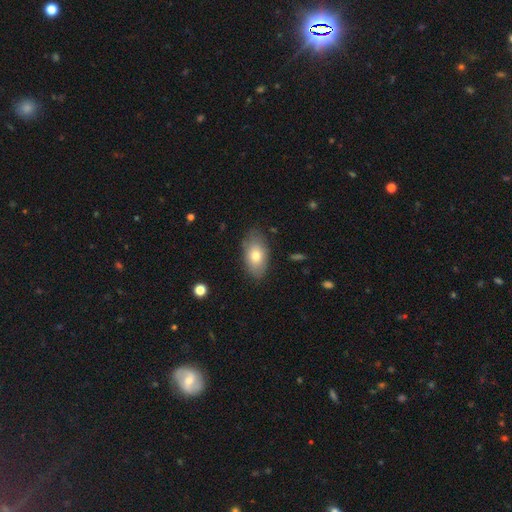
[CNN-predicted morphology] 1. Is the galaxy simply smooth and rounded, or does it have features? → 74% smooth, 19% featured or disk, 7% star or artifact.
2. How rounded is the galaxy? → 92% in between, 6% round, 2% cigar-shaped.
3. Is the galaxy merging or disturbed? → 78% none, 17% minor disturbance, 4% major disturbance, 1% merger.